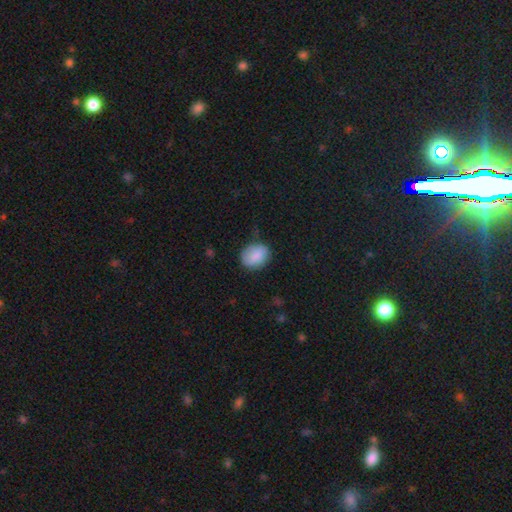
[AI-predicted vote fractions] This is clearly a smooth galaxy (84%). How rounded: possibly in between (52%). Merging: likely none (75%).